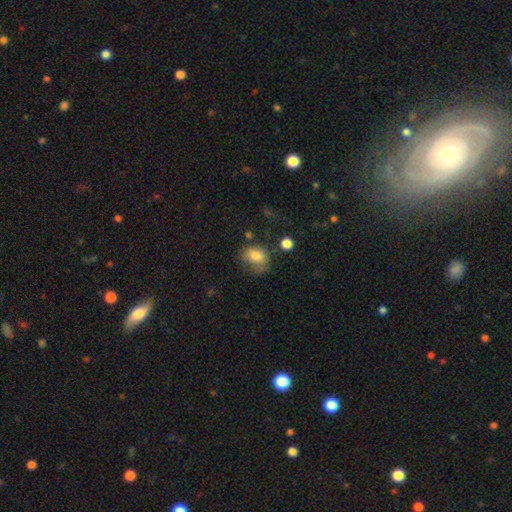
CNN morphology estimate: Smooth or featured? smooth (79%)
How rounded? in between (60%)
Merging? none (40%)